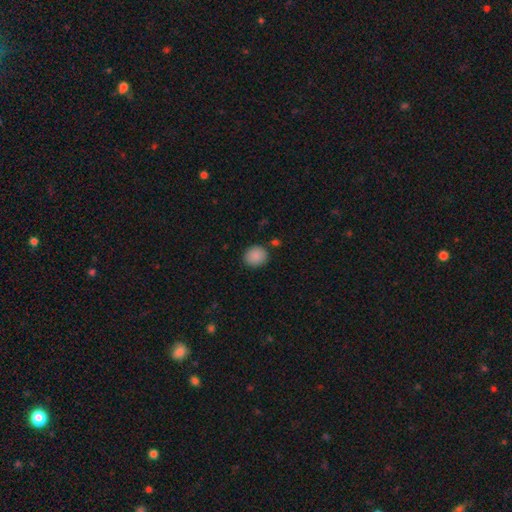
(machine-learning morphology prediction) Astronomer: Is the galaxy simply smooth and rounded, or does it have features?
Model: smooth — 89%.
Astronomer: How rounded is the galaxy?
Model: round — 75%.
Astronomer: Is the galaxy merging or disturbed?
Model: none — 84%.